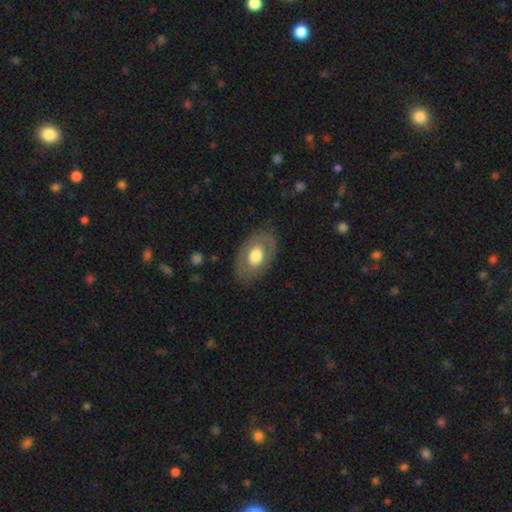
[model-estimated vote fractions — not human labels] A smooth galaxy with no disk features (55%) that is in between round and cigar-shaped (85%). Merging: none (79%).